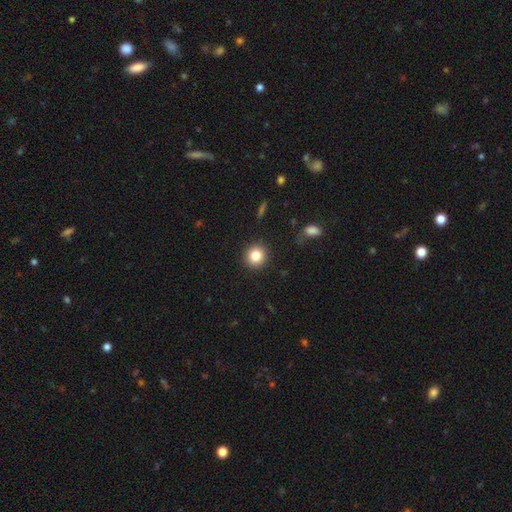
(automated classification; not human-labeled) Smooth or featured?
  - smooth: 83% *
  - star or artifact: 10%
  - featured or disk: 6%
How rounded?
  - round: 90% *
  - in between: 9%
  - cigar-shaped: 1%
Merging?
  - none: 90% *
  - minor disturbance: 6%
  - major disturbance: 2%
  - merger: 1%